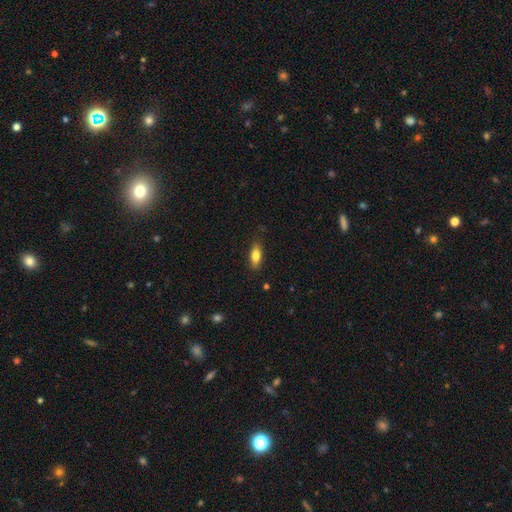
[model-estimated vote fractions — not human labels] This appears to be a smooth galaxy with no disk features (76%) that is in between round and cigar-shaped (72%). Merging: none (85%).